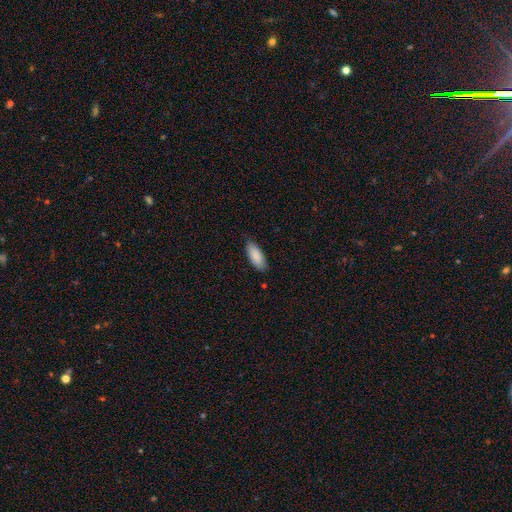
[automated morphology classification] smooth-or-featured: smooth: 89% | featured or disk: 6% | star or artifact: 5%
  how-rounded: in between: 82% | cigar-shaped: 17% | round: 2%
  merging: none: 81% | minor disturbance: 16% | major disturbance: 2% | merger: 1%